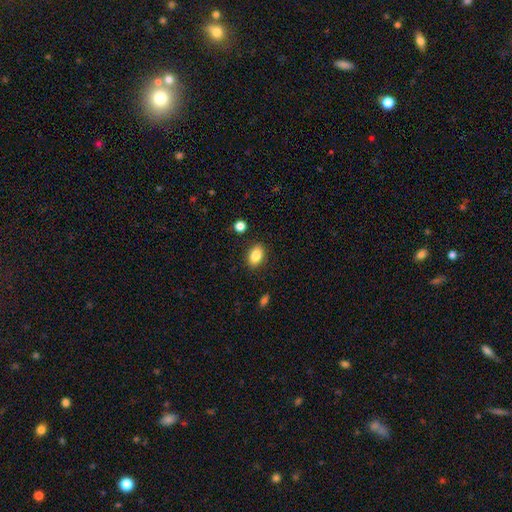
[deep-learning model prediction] Overall: smooth (86%). How rounded: in between (86%). Merging: none (86%).